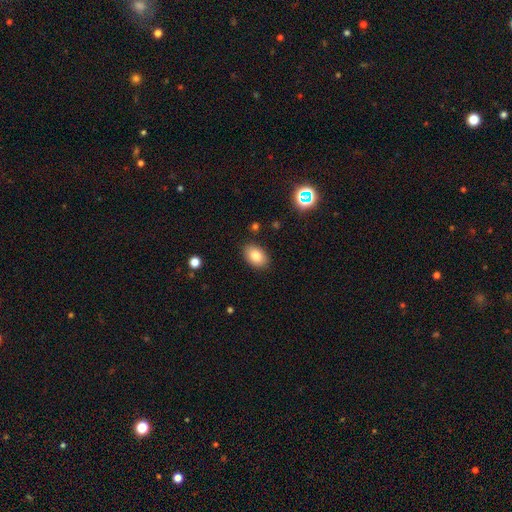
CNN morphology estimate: The model was most divided on "how rounded": in between: 86%, round: 13%, cigar-shaped: 1%. More confident: merging — none (87%); smooth or featured — smooth (84%).